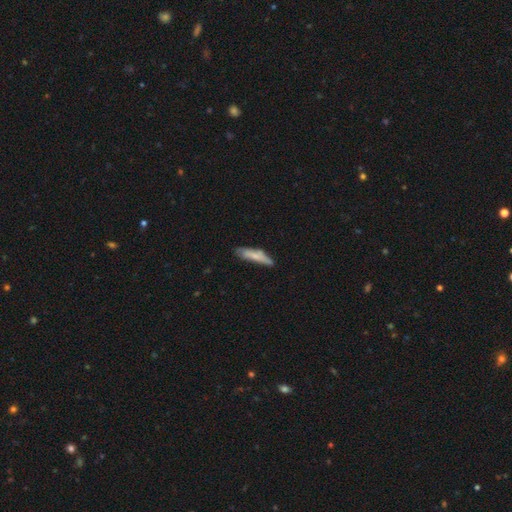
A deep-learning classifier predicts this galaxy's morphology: smooth_or_featured: smooth (p=0.70) [alt: featured or disk p=0.23]
how_rounded: cigar-shaped (p=0.76) [alt: in between p=0.23]
merging: none (p=0.60) [alt: minor disturbance p=0.28]